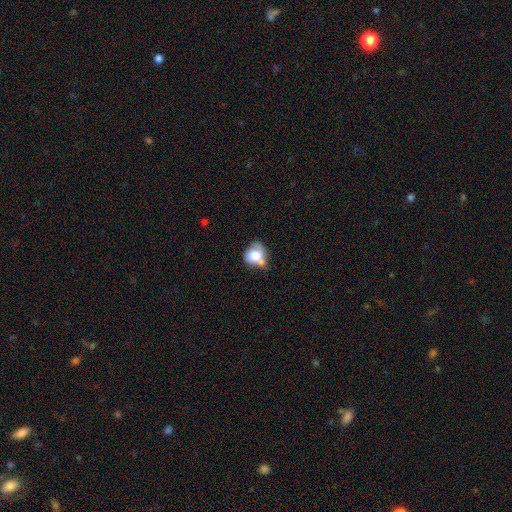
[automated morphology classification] type=smooth (73%); roundness=round (63%); merging=none (36%).